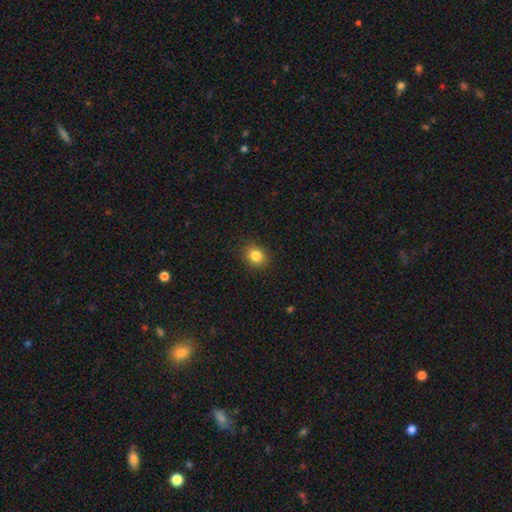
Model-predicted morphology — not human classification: smooth-or-featured: smooth: 84% | star or artifact: 11% | featured or disk: 5%
  how-rounded: round: 64% | in between: 35% | cigar-shaped: 1%
  merging: none: 89% | minor disturbance: 8% | major disturbance: 2% | merger: 1%